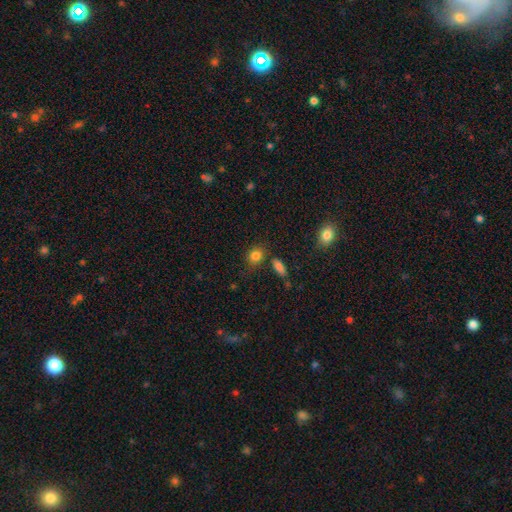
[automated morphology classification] type=smooth (83%); roundness=round (61%); merging=none (72%).